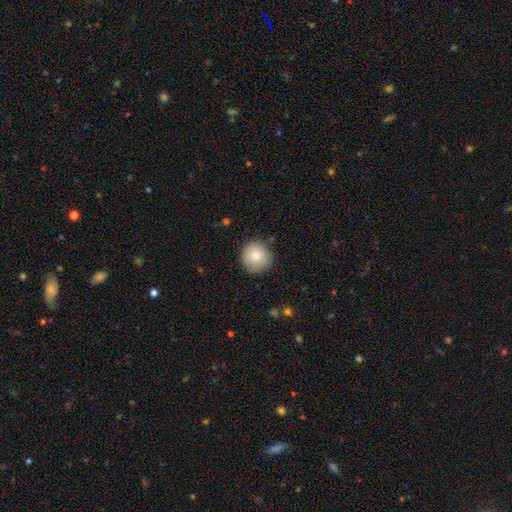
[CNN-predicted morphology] type=smooth (84%); roundness=round (94%); merging=none (87%).